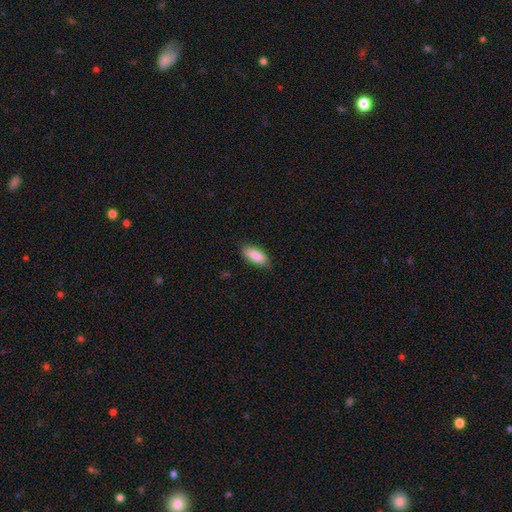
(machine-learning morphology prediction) This appears to be a smooth galaxy with no disk features (87%) that is in between round and cigar-shaped (81%). Merging: none (84%).